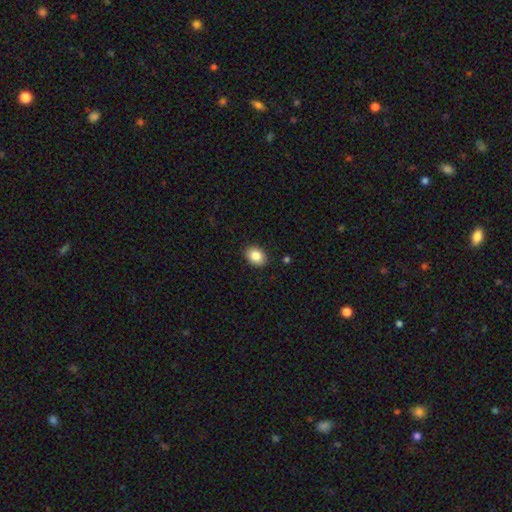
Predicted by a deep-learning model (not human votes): The model was most divided on "how rounded": in between: 68%, round: 31%, cigar-shaped: 1%. More confident: merging — none (89%); smooth or featured — smooth (85%).